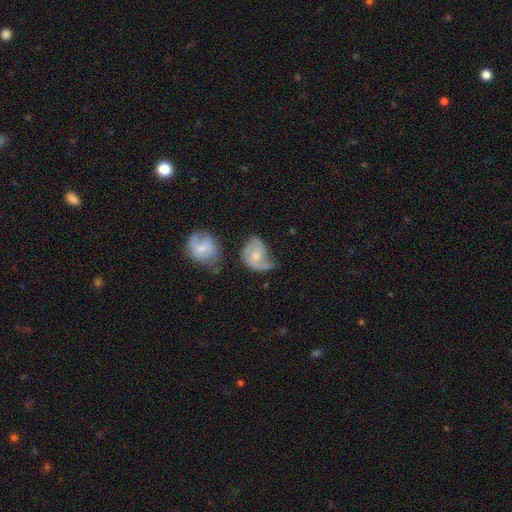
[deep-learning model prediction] Morphology: type=featured or disk (59%); edge-on=no (97%); bar=no (59%); spiral arms=yes (82%); bulge=moderate (44%); merging=none (33%).